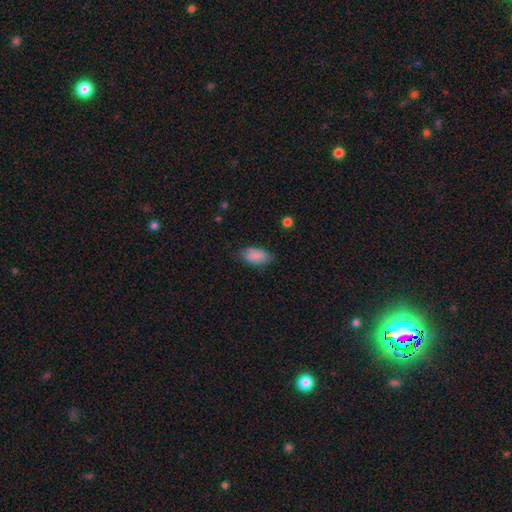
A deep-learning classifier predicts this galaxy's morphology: Overall: smooth (81%). How rounded: in between (91%). Merging: none (72%).